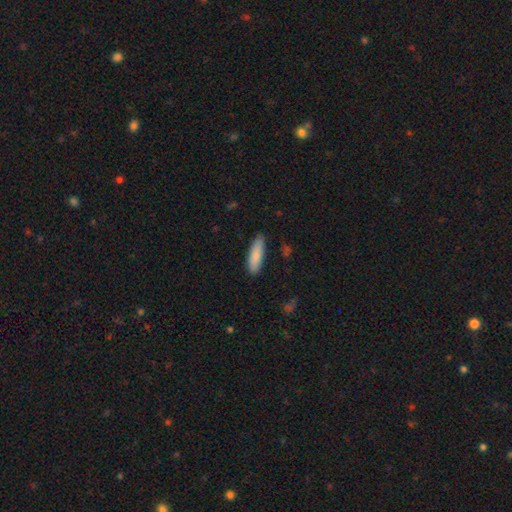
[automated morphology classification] type=smooth (87%); roundness=cigar-shaped (60%); merging=none (85%).